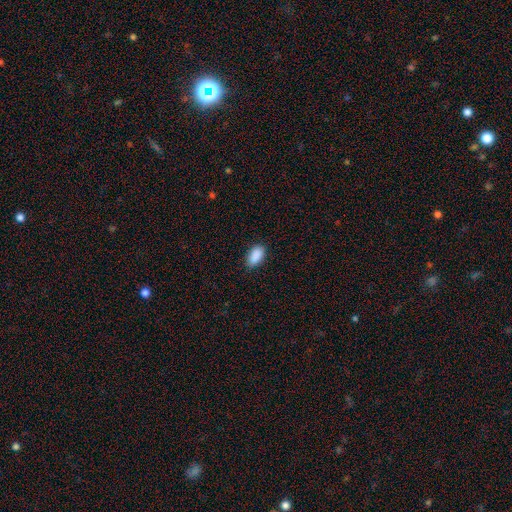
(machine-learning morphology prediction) A smooth galaxy with no disk features (90%) that is in between round and cigar-shaped (93%). Merging: none (83%).